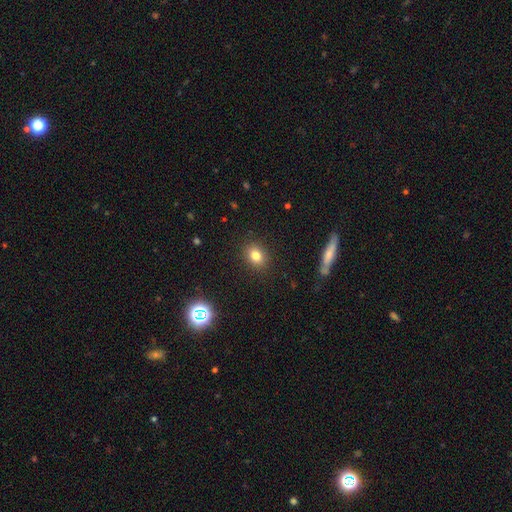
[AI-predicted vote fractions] Smooth or featured?
  - smooth: 80% *
  - star or artifact: 12%
  - featured or disk: 8%
How rounded?
  - round: 50% *
  - in between: 49%
  - cigar-shaped: 1%
Merging?
  - none: 89% *
  - minor disturbance: 8%
  - major disturbance: 2%
  - merger: 1%